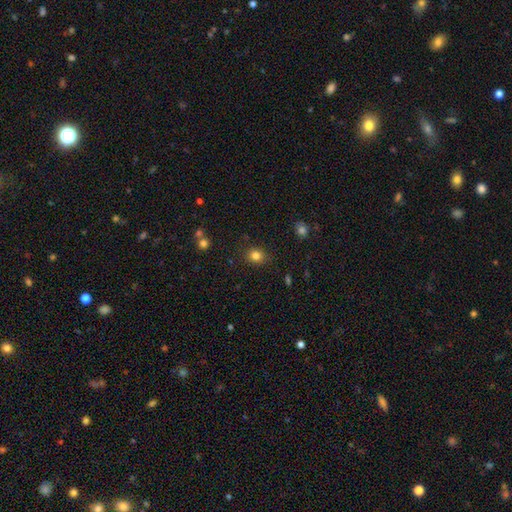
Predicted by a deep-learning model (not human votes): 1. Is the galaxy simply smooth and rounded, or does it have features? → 82% smooth, 12% star or artifact, 6% featured or disk.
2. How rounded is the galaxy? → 70% round, 29% in between, 1% cigar-shaped.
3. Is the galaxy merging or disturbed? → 86% none, 10% minor disturbance, 3% major disturbance, 2% merger.